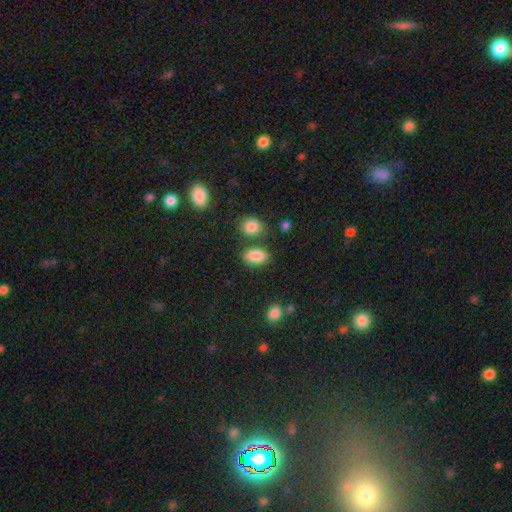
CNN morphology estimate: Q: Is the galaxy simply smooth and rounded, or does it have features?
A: smooth — 87%.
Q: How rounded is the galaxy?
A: in between — 89%.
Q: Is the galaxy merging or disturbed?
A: none — 75%.